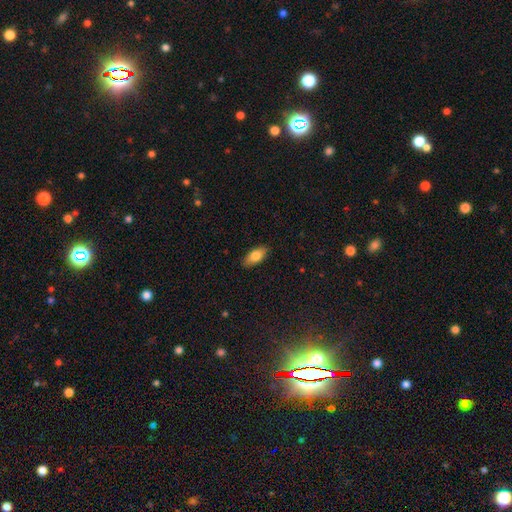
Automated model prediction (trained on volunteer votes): A smooth galaxy with no disk features (81%) that is in between round and cigar-shaped (87%).

Vote fractions:
- Smooth or featured? smooth: 81% / featured or disk: 13% / star or artifact: 7%
- How rounded? in between: 87% / cigar-shaped: 11% / round: 3%
- Merging? none: 88% / minor disturbance: 9% / major disturbance: 2% / merger: 1%